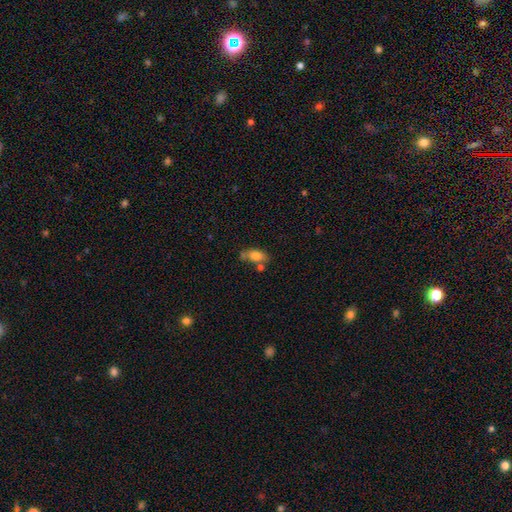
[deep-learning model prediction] Smooth or featured: smooth — 75% (featured or disk — 17%)
How rounded: in between — 85% (round — 8%)
Merging: none — 53% (merger — 20%)